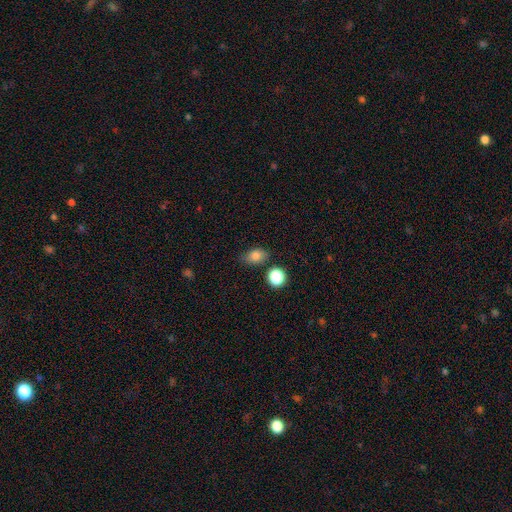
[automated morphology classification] The model was most divided on "how rounded": in between: 76%, round: 22%, cigar-shaped: 2%. More confident: smooth or featured — smooth (81%); merging — none (74%).